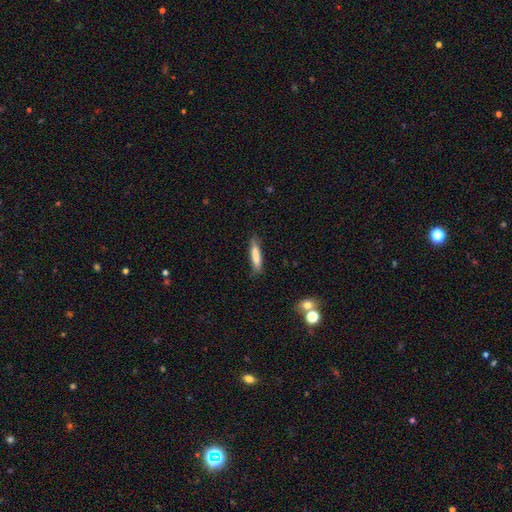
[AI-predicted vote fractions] Smooth or featured? smooth (80%)
How rounded? cigar-shaped (84%)
Merging? none (79%)